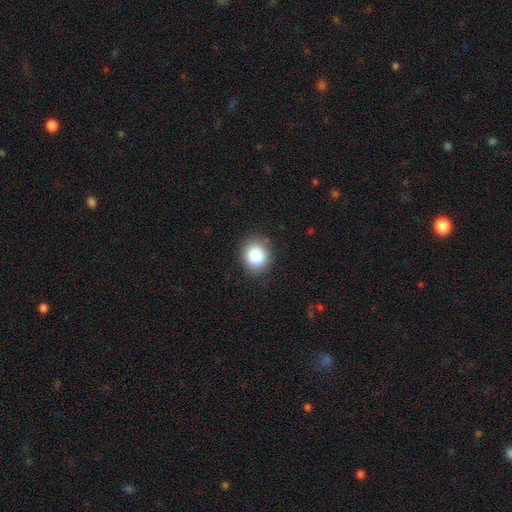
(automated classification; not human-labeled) This is clearly a smooth galaxy (86%). How rounded: likely round (70%). Merging: clearly none (86%).